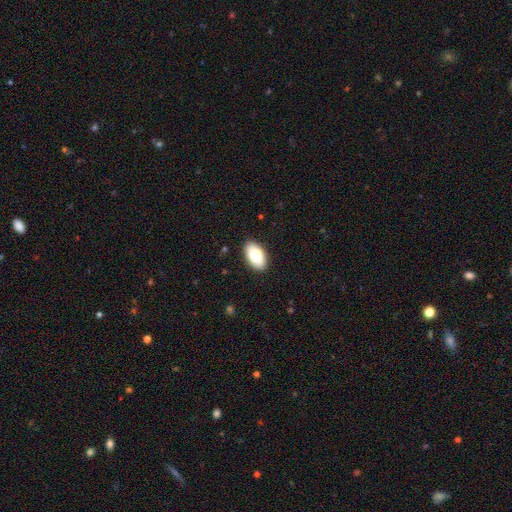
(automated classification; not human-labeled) Smooth or featured? smooth (77%)
How rounded? in between (93%)
Merging? none (88%)